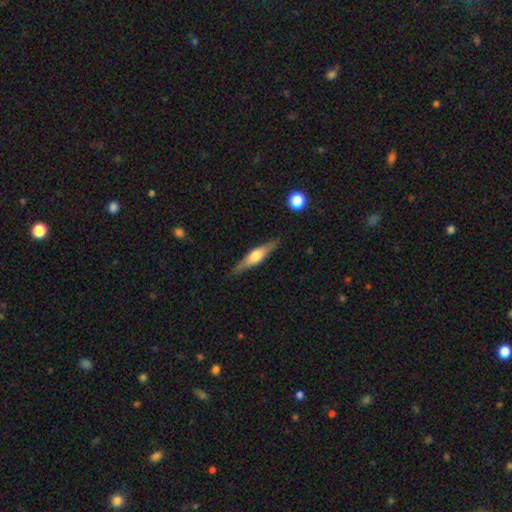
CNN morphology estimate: featured or disk 61%, smooth 33%, star or artifact 5%. Down the decision tree: edge-on disk — yes (95%); edge-on bulge — rounded (84%); merging — none (87%).